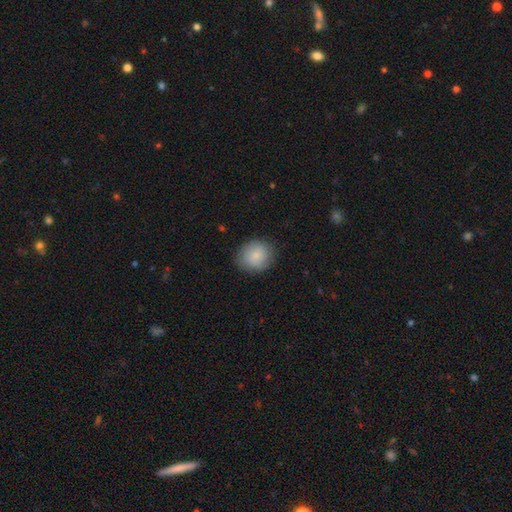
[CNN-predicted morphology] type=smooth (81%); roundness=round (76%); merging=none (83%).